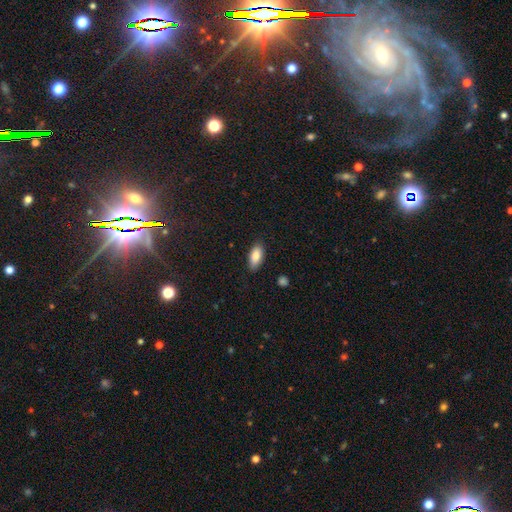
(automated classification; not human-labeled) This appears to be a smooth galaxy with no disk features (86%) that is in between round and cigar-shaped (89%). Merging: none (86%).